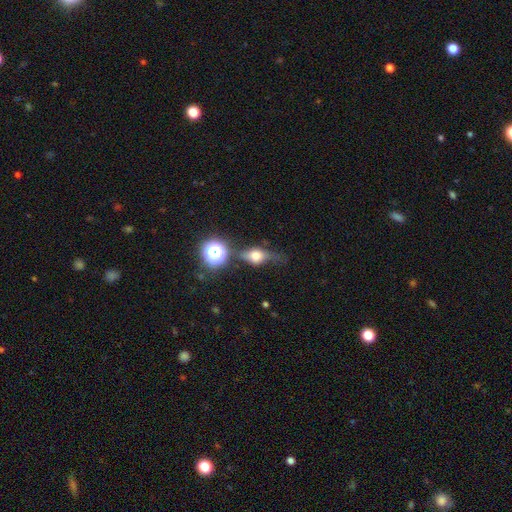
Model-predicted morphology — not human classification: Q: Smooth or featured?
A: smooth (49%); runner-up: featured or disk (36%)
Q: Merging?
A: none (50%); runner-up: minor disturbance (26%)